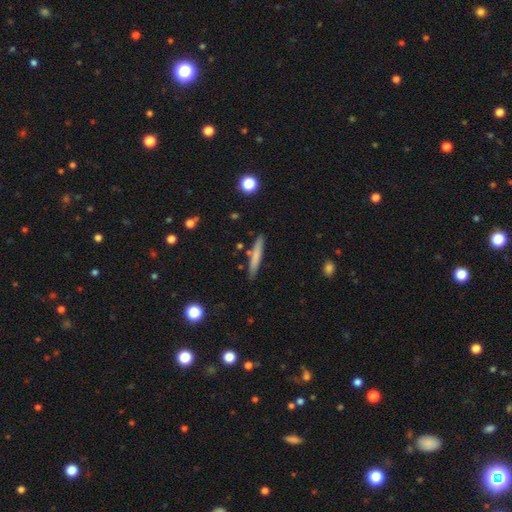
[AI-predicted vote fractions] Smooth or featured?
  - smooth: 71% *
  - featured or disk: 22%
  - star or artifact: 6%
How rounded?
  - cigar-shaped: 94% *
  - in between: 5%
  - round: 1%
Merging?
  - none: 86% *
  - minor disturbance: 9%
  - merger: 3%
  - major disturbance: 2%